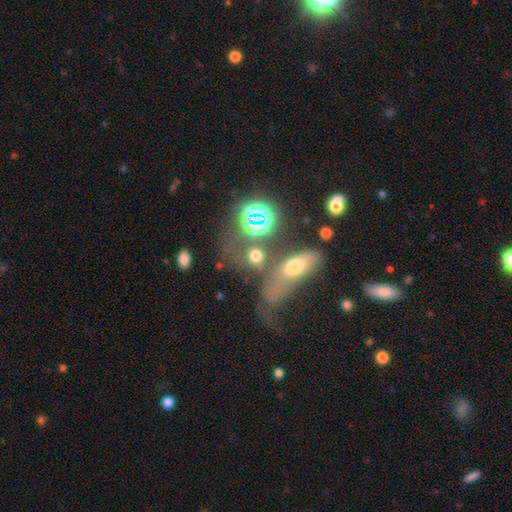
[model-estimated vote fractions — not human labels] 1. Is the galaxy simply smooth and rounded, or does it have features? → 61% smooth, 26% star or artifact, 13% featured or disk.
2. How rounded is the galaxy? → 56% round, 38% in between, 6% cigar-shaped.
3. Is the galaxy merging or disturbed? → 48% none, 29% merger, 12% minor disturbance, 11% major disturbance.